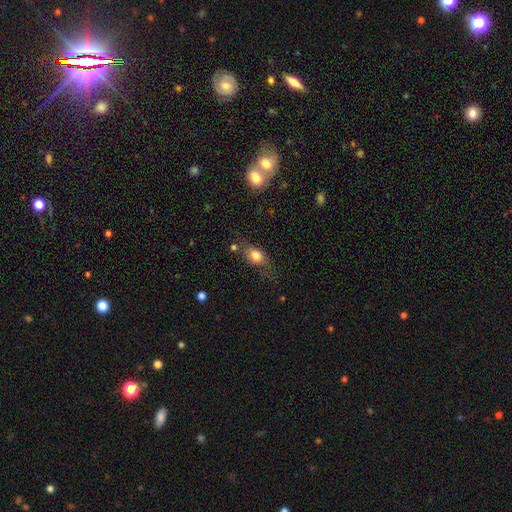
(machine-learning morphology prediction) A smooth galaxy with no disk features (76%) that is in between round and cigar-shaped (66%).

Vote fractions:
- Smooth or featured? smooth: 76% / featured or disk: 14% / star or artifact: 9%
- How rounded? in between: 66% / round: 28% / cigar-shaped: 6%
- Merging? none: 59% / minor disturbance: 24% / major disturbance: 11% / merger: 5%